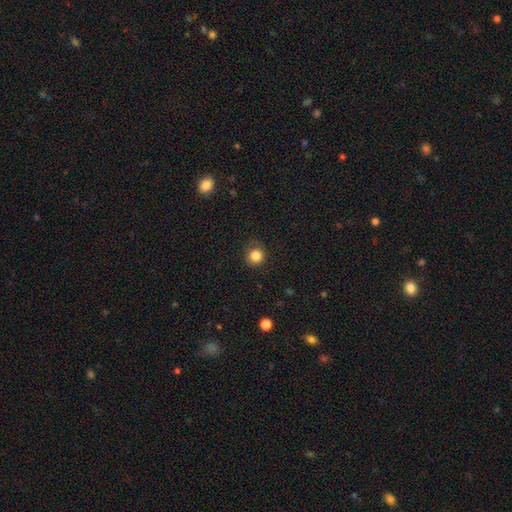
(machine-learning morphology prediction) This is clearly a smooth galaxy (84%). How rounded: clearly round (92%). Merging: clearly none (84%).